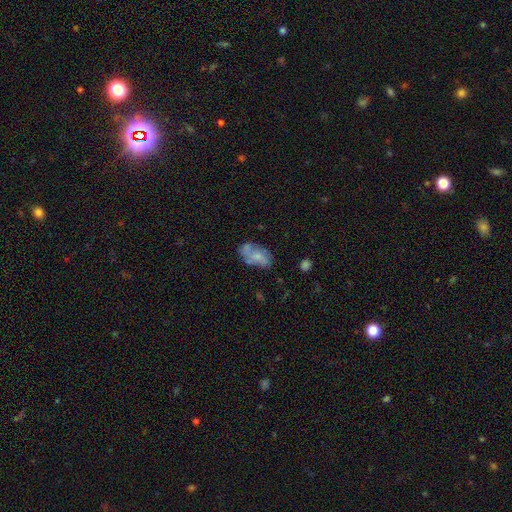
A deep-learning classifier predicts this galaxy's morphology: type=smooth (53%); roundness=in between (91%); merging=none (52%).